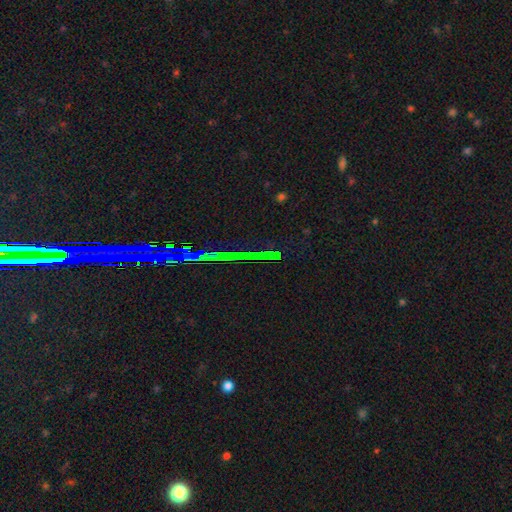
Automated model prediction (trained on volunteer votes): A star or artifact, not a galaxy (76%).